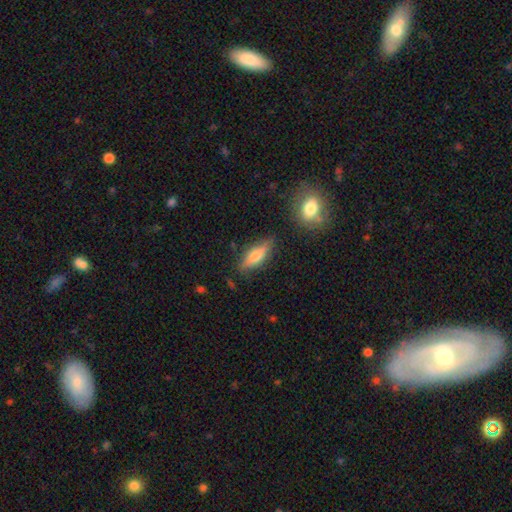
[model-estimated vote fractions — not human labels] This appears to be a smooth galaxy with no disk features (57%) that is in between round and cigar-shaped (50%). Merging: none (80%).